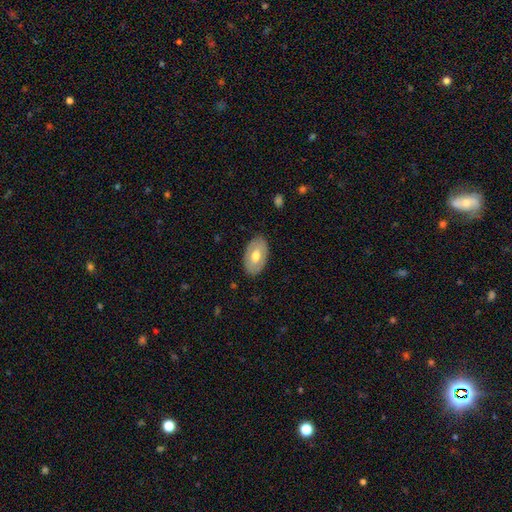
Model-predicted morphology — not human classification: smooth_or_featured: smooth (p=0.55) [alt: featured or disk p=0.39]
how_rounded: in between (p=0.92) [alt: round p=0.07]
merging: none (p=0.84) [alt: minor disturbance p=0.12]